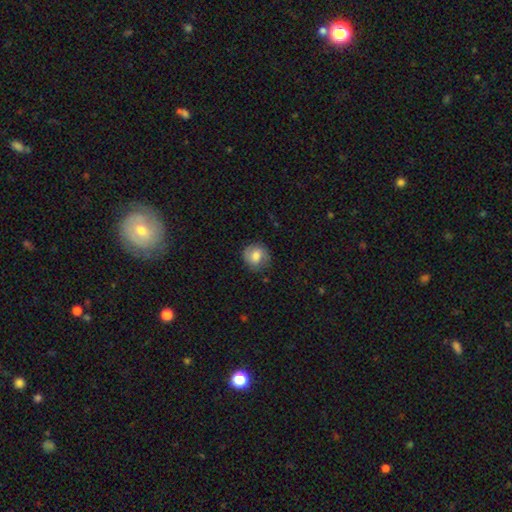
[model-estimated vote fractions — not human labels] Smooth or featured? Predicted: smooth (p=0.74). How rounded? Predicted: round (p=0.82). Merging? Predicted: none (p=0.78).